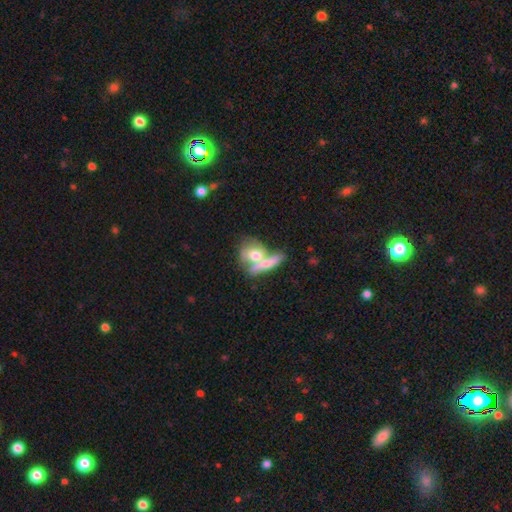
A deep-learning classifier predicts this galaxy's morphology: A smooth galaxy with no disk features (59%) that is in between round and cigar-shaped (47%). Merging: merger (56%).